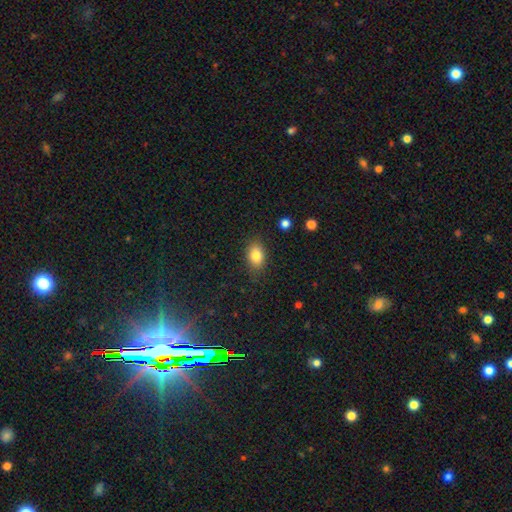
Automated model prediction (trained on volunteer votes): Smooth or featured: smooth — 83% (star or artifact — 9%)
How rounded: in between — 81% (round — 17%)
Merging: none — 82% (minor disturbance — 13%)